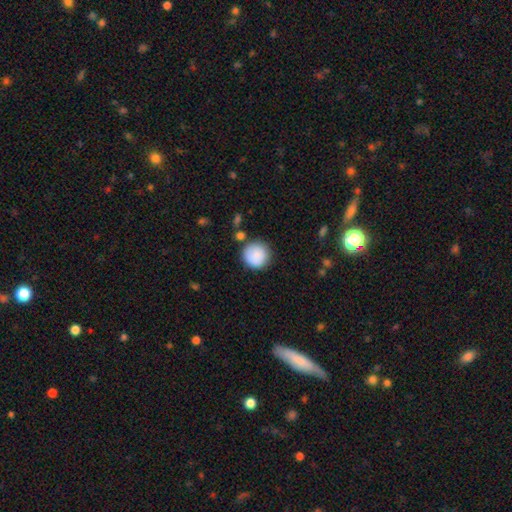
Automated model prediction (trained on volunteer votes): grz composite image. It shows a smooth galaxy with no disk features (88%) that is round (95%). Merging: none (81%).